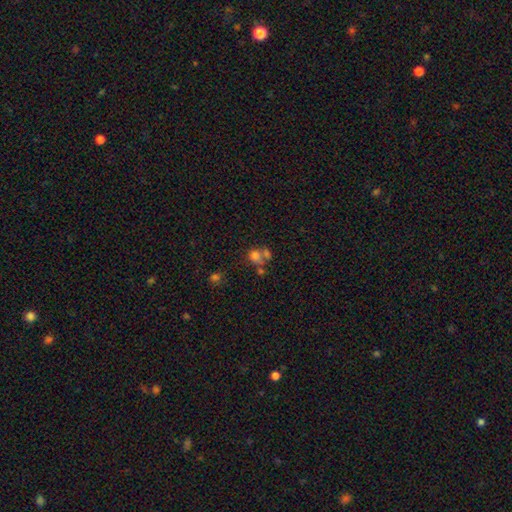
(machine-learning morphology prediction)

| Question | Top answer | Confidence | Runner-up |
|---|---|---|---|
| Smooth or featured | smooth | 69% | star or artifact (16%) |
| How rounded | round | 71% | in between (28%) |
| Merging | merger | 47% | none (36%) |